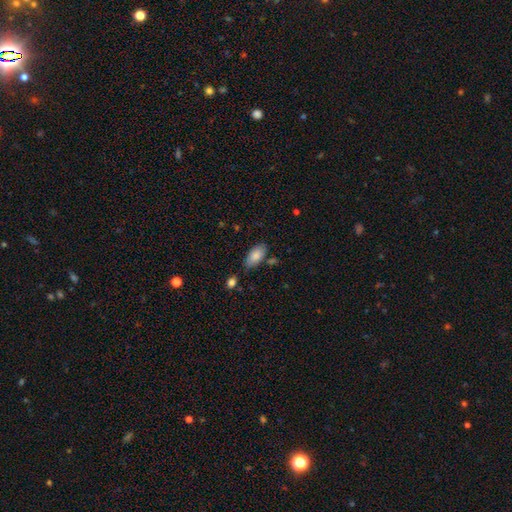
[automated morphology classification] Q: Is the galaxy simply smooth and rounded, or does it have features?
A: smooth — 84%.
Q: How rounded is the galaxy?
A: in between — 93%.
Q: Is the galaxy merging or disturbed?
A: none — 71%.